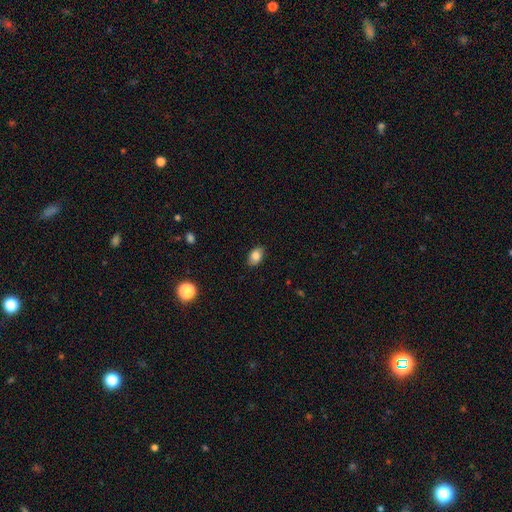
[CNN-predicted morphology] Smooth or featured: smooth — 82% (featured or disk — 9%)
How rounded: in between — 88% (round — 10%)
Merging: none — 85% (minor disturbance — 12%)